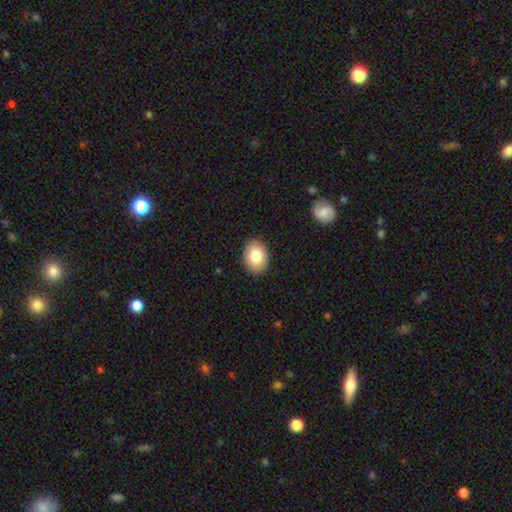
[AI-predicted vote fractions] smooth-or-featured: smooth: 83% | featured or disk: 10% | star or artifact: 7%
  how-rounded: in between: 75% | round: 24% | cigar-shaped: 1%
  merging: none: 90% | minor disturbance: 8% | major disturbance: 2% | merger: 1%